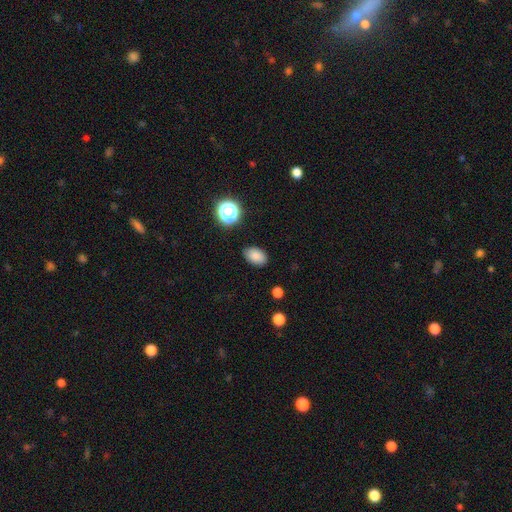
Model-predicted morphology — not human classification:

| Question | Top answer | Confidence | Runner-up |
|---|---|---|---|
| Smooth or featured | smooth | 84% | star or artifact (10%) |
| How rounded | in between | 87% | round (12%) |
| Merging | none | 83% | minor disturbance (13%) |